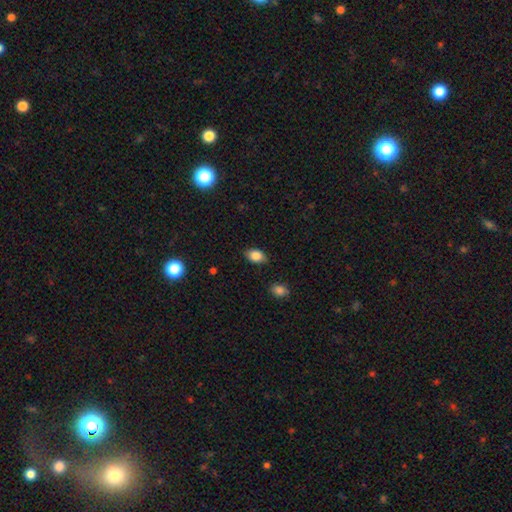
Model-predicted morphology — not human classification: A smooth galaxy with no disk features (85%) that is in between round and cigar-shaped (82%). Merging: none (82%).